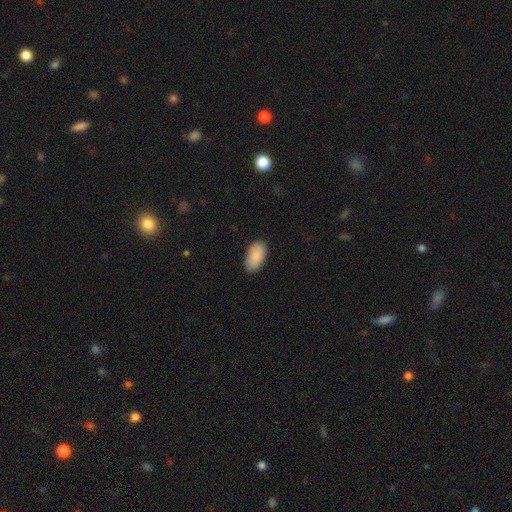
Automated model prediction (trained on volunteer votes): smooth 89%, star or artifact 6%, featured or disk 5%. Down the decision tree: how rounded — in between (95%); merging — none (88%).